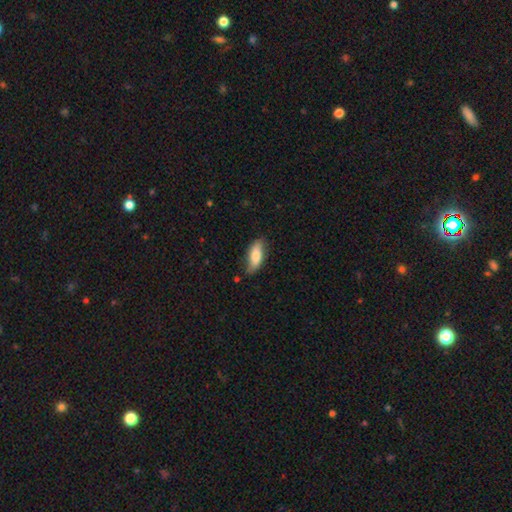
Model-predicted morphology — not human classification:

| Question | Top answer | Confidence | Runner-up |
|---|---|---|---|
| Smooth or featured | smooth | 78% | featured or disk (16%) |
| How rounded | in between | 77% | cigar-shaped (20%) |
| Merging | none | 71% | minor disturbance (23%) |